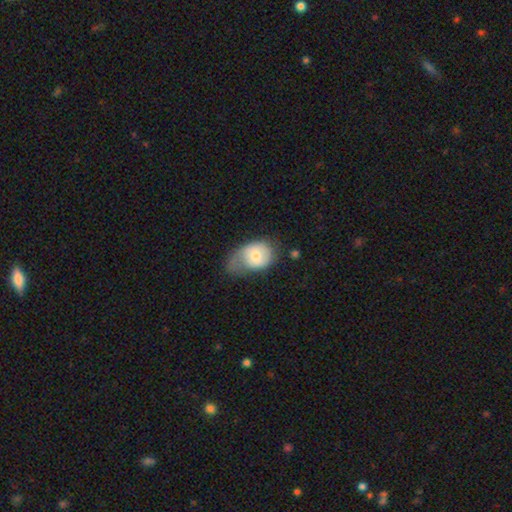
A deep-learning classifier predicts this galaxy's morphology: type=smooth (65%); roundness=in between (61%); merging=major disturbance (40%).